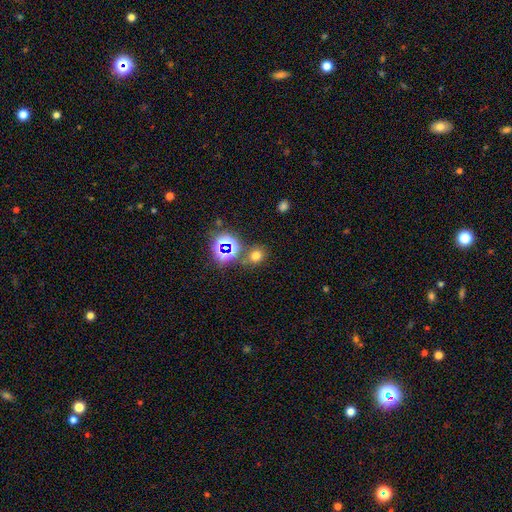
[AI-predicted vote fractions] The model was most divided on "smooth or featured": smooth: 63%, star or artifact: 30%, featured or disk: 8%. More confident: merging — none (72%); how rounded — round (67%).